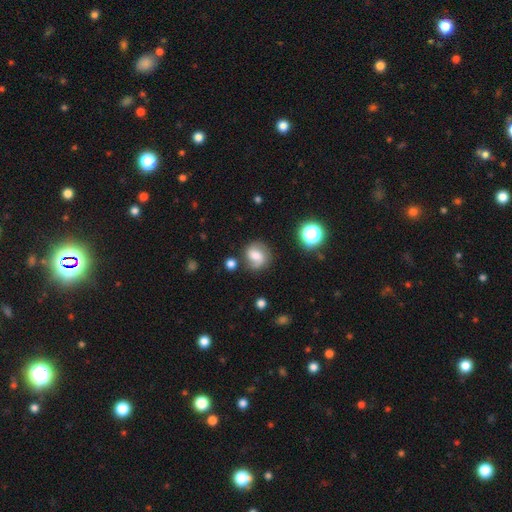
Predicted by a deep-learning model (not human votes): Overall: smooth (46%; featured or disk 42%). Merging: none (67%).